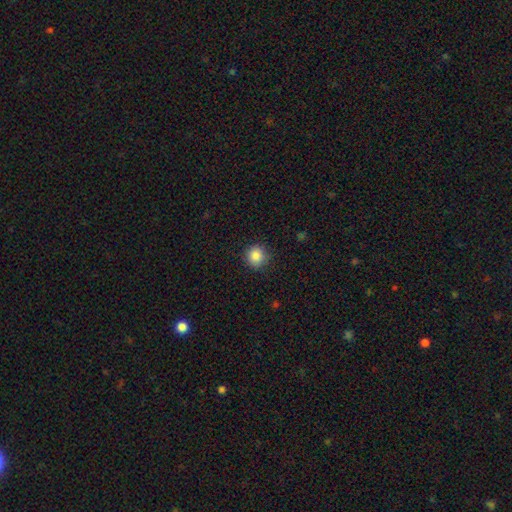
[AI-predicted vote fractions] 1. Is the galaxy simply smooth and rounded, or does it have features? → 87% smooth, 10% star or artifact, 4% featured or disk.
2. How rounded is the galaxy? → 92% round, 7% in between, 1% cigar-shaped.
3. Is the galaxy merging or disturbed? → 87% none, 9% minor disturbance, 2% major disturbance, 1% merger.